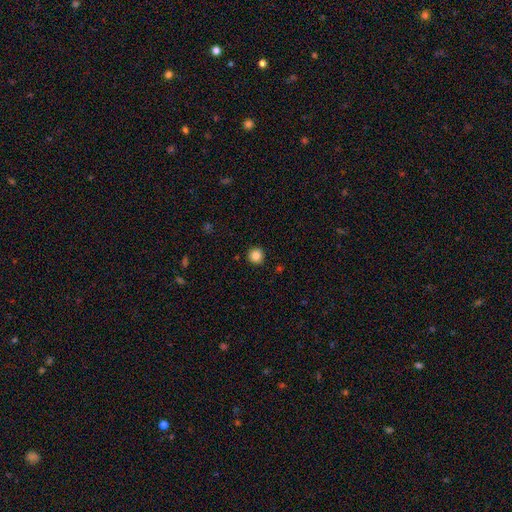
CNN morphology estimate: Smooth or featured? smooth (85%)
How rounded? round (95%)
Merging? none (92%)